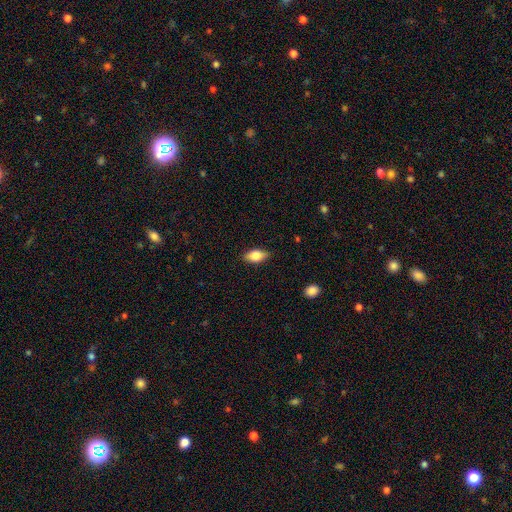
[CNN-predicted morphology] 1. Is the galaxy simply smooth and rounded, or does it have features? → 77% smooth, 16% featured or disk, 7% star or artifact.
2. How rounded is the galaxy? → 87% in between, 8% cigar-shaped, 5% round.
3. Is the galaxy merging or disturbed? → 86% none, 11% minor disturbance, 2% major disturbance, 1% merger.